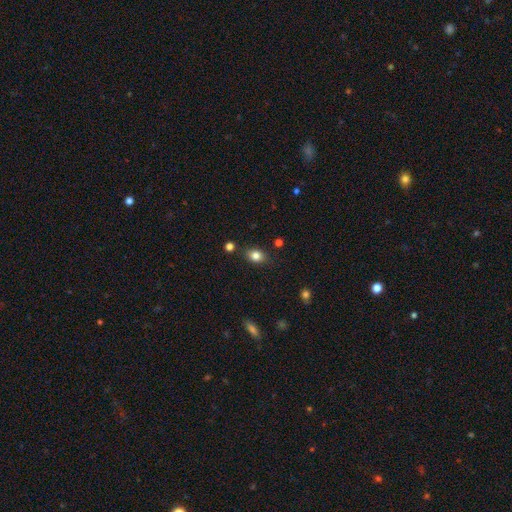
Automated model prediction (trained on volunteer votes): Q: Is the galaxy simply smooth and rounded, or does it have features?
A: smooth — 82%.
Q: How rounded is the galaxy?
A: in between — 62%.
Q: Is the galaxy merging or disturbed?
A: none — 80%.